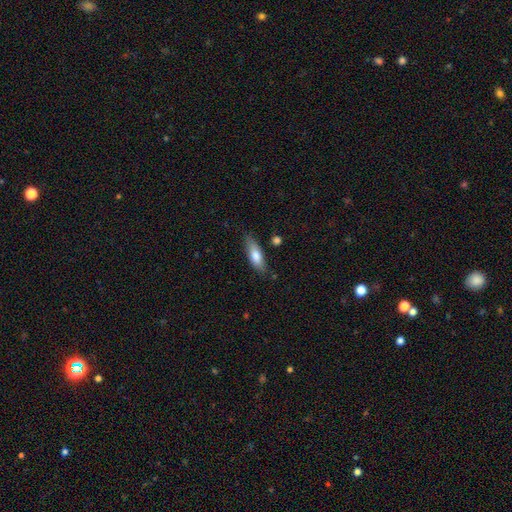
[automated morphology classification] Smooth or featured?
  - smooth: 76% *
  - featured or disk: 17%
  - star or artifact: 6%
How rounded?
  - in between: 56% *
  - cigar-shaped: 42%
  - round: 2%
Merging?
  - none: 77% *
  - minor disturbance: 17%
  - major disturbance: 3%
  - merger: 3%